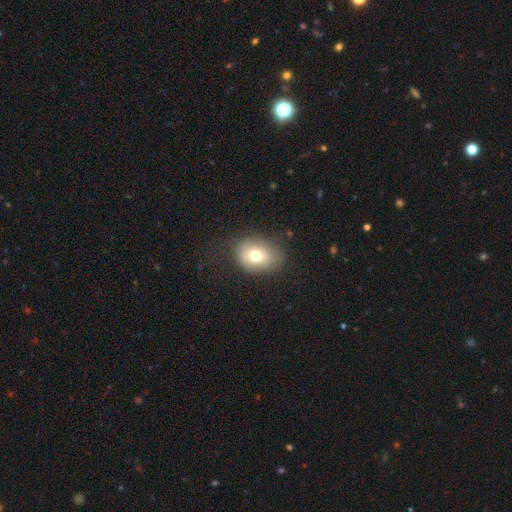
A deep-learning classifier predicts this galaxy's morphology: This is likely a smooth galaxy (72%). How rounded: likely in between (60%). Merging: likely none (71%).